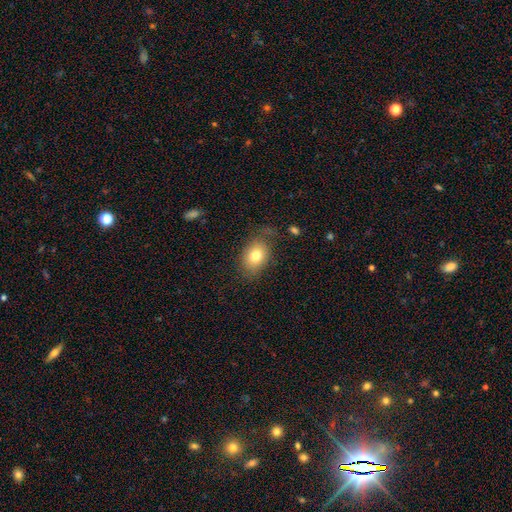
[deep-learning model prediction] The model was most divided on "merging": none: 68%, minor disturbance: 20%, major disturbance: 9%, merger: 2%. More confident: smooth or featured — smooth (77%); how rounded — in between (75%).